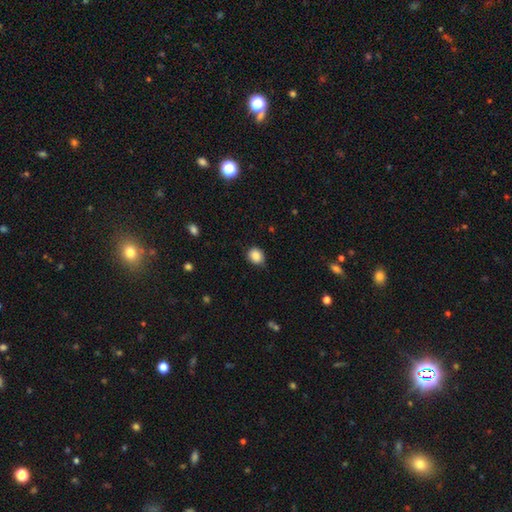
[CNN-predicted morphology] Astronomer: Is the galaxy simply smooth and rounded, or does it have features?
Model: smooth — 87%.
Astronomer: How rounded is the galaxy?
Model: round — 67%.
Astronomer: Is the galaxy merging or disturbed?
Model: none — 81%.